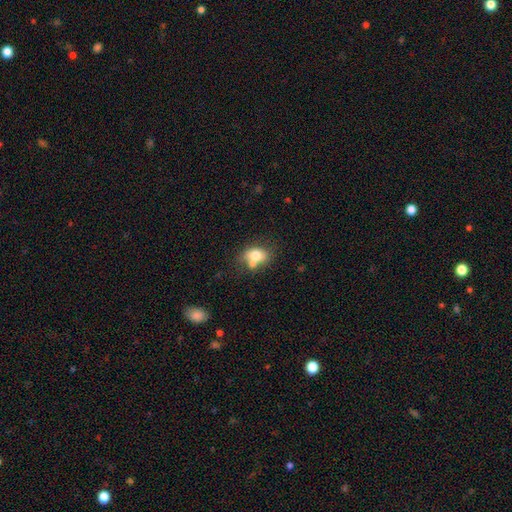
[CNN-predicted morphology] A smooth galaxy with no disk features (73%) that is in between round and cigar-shaped (64%). Merging: none (46%).